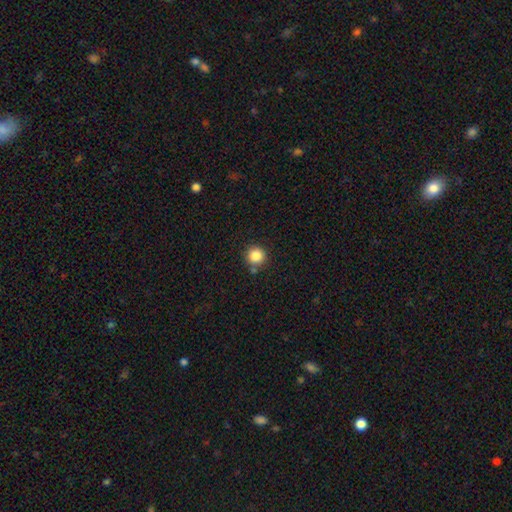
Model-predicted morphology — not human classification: Smooth or featured?
  - smooth: 85% *
  - star or artifact: 10%
  - featured or disk: 4%
How rounded?
  - round: 94% *
  - in between: 5%
  - cigar-shaped: 1%
Merging?
  - none: 82% *
  - minor disturbance: 9%
  - merger: 7%
  - major disturbance: 3%